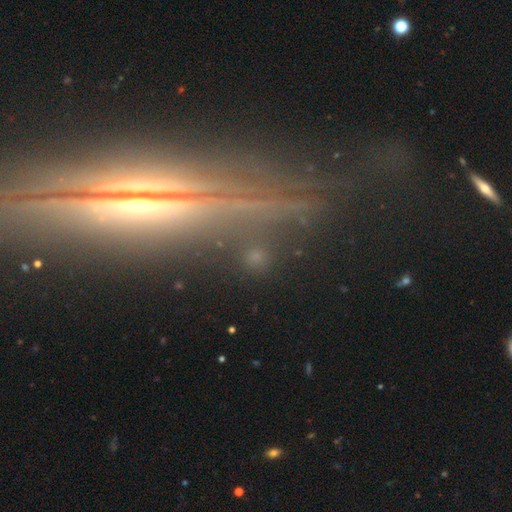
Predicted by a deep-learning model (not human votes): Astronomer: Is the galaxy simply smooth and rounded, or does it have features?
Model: star or artifact — 49% (runner-up: smooth, 35%).